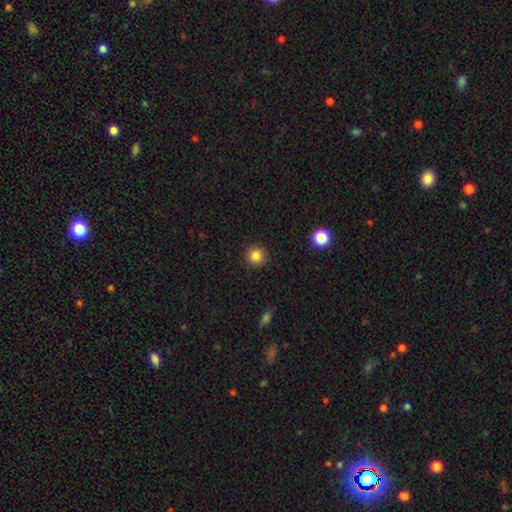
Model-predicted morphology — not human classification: The model was most divided on "smooth or featured": smooth: 85%, star or artifact: 11%, featured or disk: 4%. More confident: how rounded — round (95%); merging — none (92%).